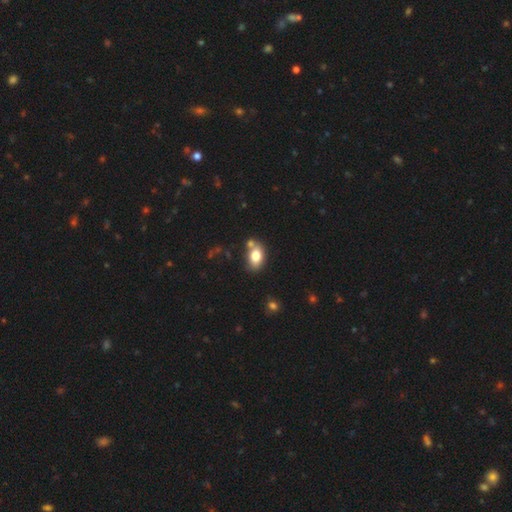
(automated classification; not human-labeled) smooth-or-featured: smooth: 79% | featured or disk: 12% | star or artifact: 9%
  how-rounded: in between: 85% | round: 14% | cigar-shaped: 2%
  merging: none: 60% | merger: 20% | minor disturbance: 15% | major disturbance: 4%